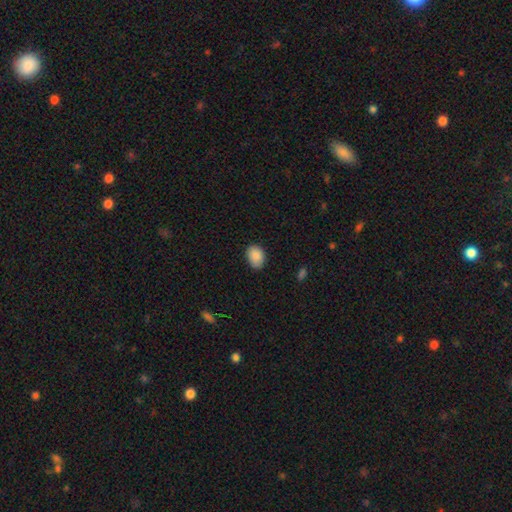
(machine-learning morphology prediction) Smooth or featured: smooth — 89% (star or artifact — 7%)
How rounded: in between — 77% (round — 22%)
Merging: none — 80% (minor disturbance — 16%)